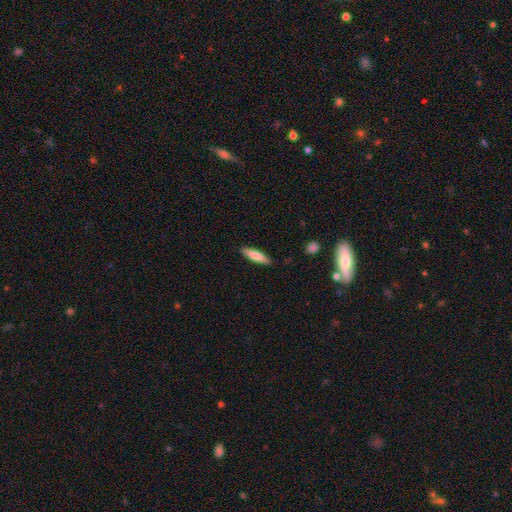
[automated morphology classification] This appears to be a smooth galaxy with no disk features (77%) that is cigar-shaped (73%). Merging: none (87%).